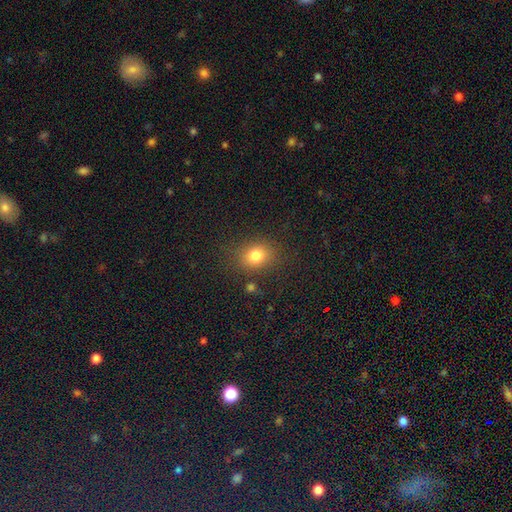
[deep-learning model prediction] This is likely a smooth galaxy (79%). How rounded: possibly round (57%). Merging: clearly none (80%).